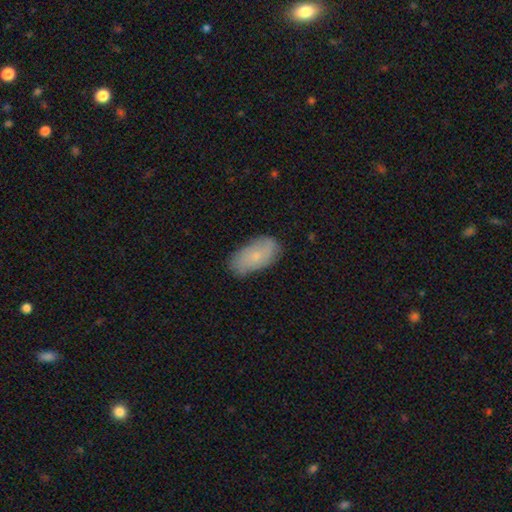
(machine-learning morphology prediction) Q: Smooth or featured?
A: smooth (62%); runner-up: featured or disk (30%)
Q: How rounded?
A: in between (92%); runner-up: cigar-shaped (4%)
Q: Merging?
A: none (76%); runner-up: minor disturbance (19%)